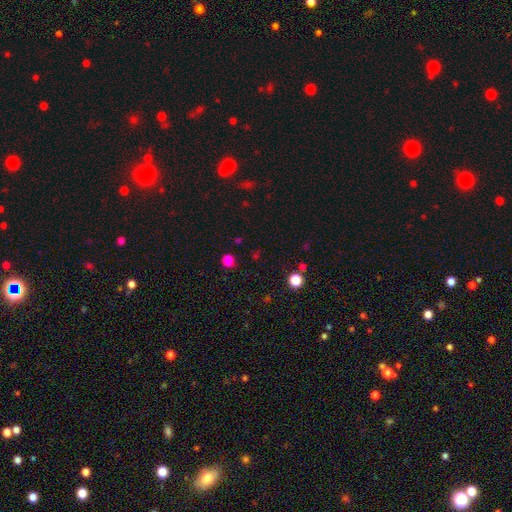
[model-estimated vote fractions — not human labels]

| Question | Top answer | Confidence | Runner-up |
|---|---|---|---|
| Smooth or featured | smooth | 60% | star or artifact (35%) |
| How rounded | round | 88% | in between (10%) |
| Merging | none | 87% | minor disturbance (7%) |